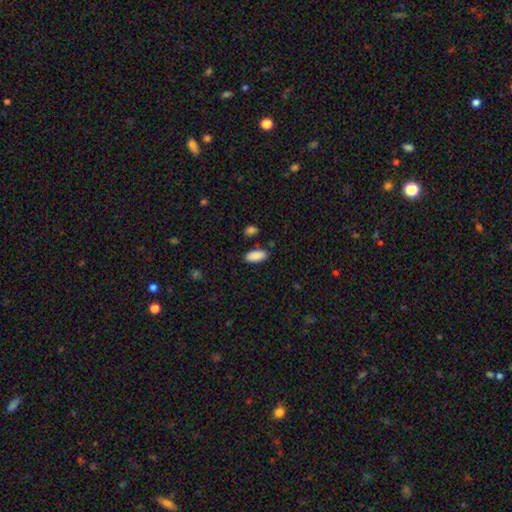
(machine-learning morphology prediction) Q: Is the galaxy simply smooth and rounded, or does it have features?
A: smooth — 90%.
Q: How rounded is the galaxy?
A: in between — 89%.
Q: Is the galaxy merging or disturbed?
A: none — 84%.